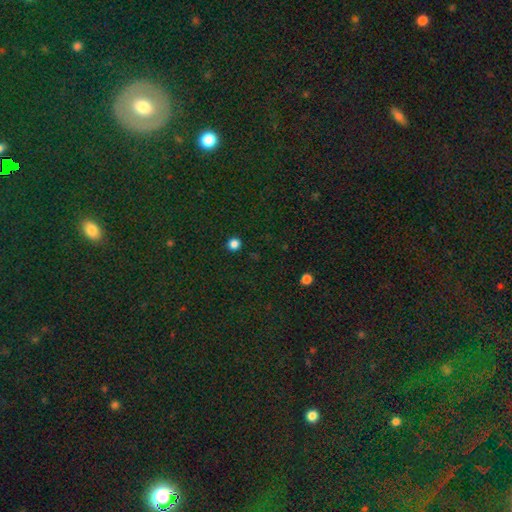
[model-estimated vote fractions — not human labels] star or artifact 67%, smooth 22%, featured or disk 11%.